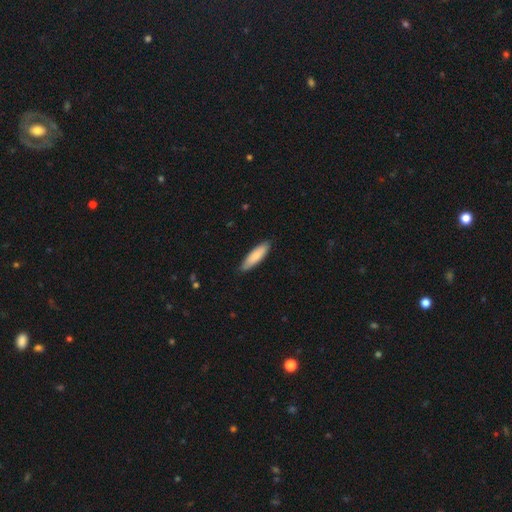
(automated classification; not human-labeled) Morphology: type=smooth (83%); roundness=cigar-shaped (60%); merging=none (87%).